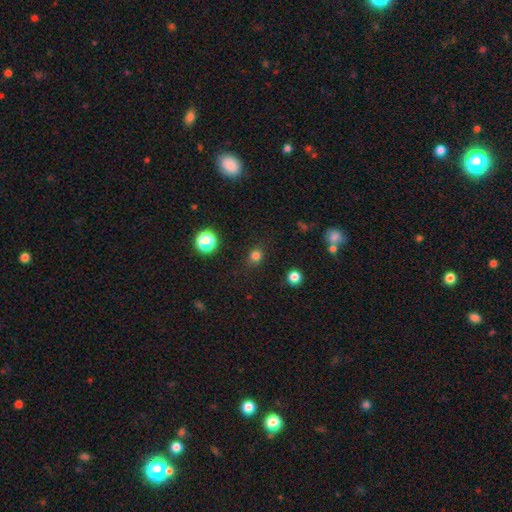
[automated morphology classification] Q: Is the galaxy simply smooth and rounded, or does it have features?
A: smooth — 78%.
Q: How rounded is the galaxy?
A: round — 75%.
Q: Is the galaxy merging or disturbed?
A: none — 83%.